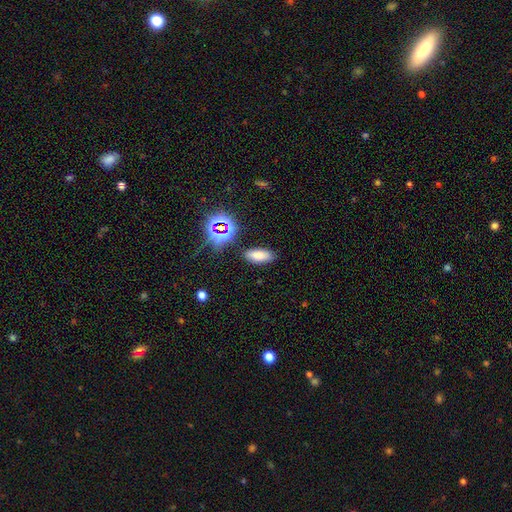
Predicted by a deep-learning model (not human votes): Smooth or featured?
  - smooth: 69% *
  - star or artifact: 22%
  - featured or disk: 9%
How rounded?
  - in between: 78% *
  - cigar-shaped: 17%
  - round: 5%
Merging?
  - none: 85% *
  - minor disturbance: 10%
  - major disturbance: 3%
  - merger: 2%